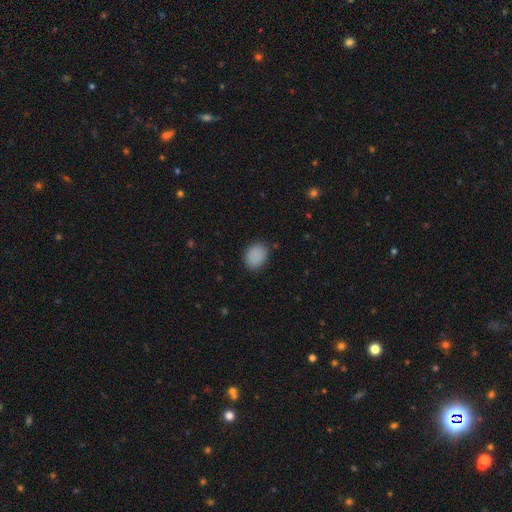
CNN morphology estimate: smooth-or-featured: smooth: 89% | star or artifact: 8% | featured or disk: 3%
  how-rounded: in between: 64% | round: 35% | cigar-shaped: 1%
  merging: none: 85% | minor disturbance: 12% | major disturbance: 3% | merger: 1%